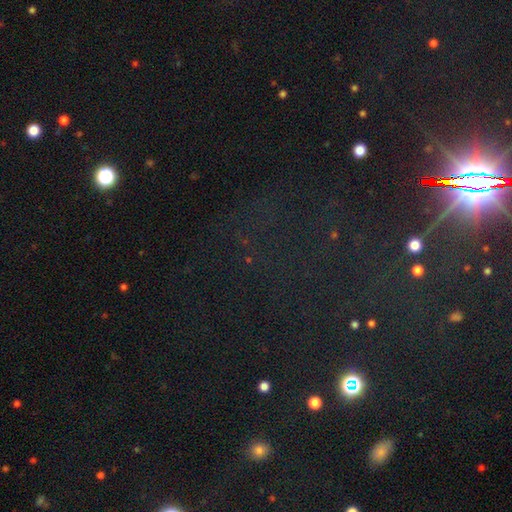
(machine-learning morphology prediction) Smooth or featured? Predicted: star or artifact (p=0.78).